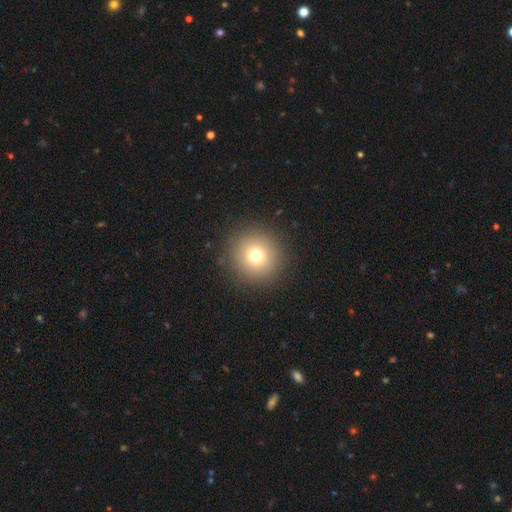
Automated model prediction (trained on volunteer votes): A smooth galaxy with no disk features (75%) that is round (95%).

Vote fractions:
- Smooth or featured? smooth: 75% / star or artifact: 14% / featured or disk: 11%
- How rounded? round: 95% / in between: 4% / cigar-shaped: 1%
- Merging? none: 90% / minor disturbance: 6% / major disturbance: 3% / merger: 1%